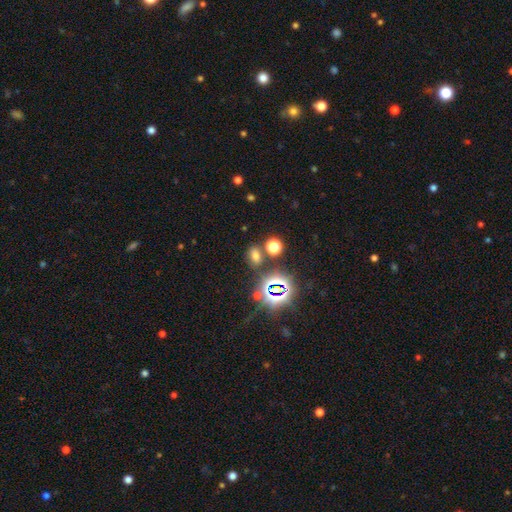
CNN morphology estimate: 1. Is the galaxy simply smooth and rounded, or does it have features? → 55% smooth, 37% star or artifact, 8% featured or disk.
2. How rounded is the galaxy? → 71% in between, 26% round, 2% cigar-shaped.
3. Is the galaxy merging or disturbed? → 76% none, 10% minor disturbance, 10% merger, 4% major disturbance.